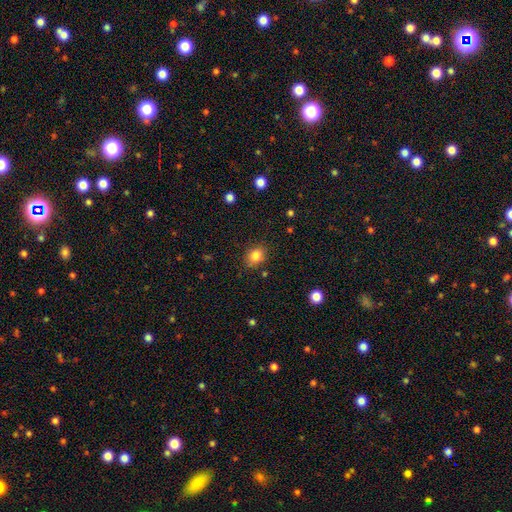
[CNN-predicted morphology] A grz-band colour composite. It shows a smooth galaxy with no disk features (83%) that is in between round and cigar-shaped (57%). Merging: none (82%).